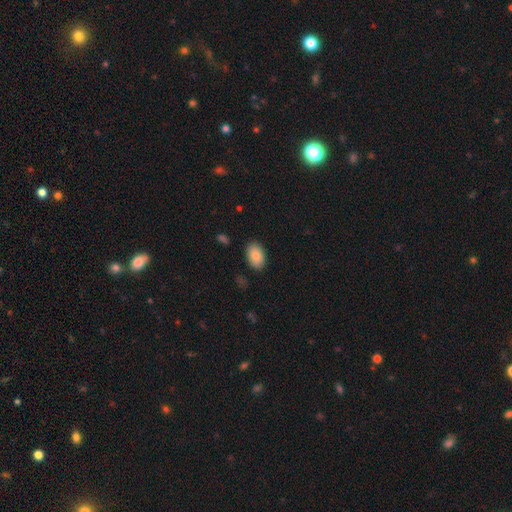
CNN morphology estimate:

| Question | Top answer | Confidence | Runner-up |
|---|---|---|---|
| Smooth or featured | smooth | 85% | featured or disk (8%) |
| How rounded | in between | 90% | round (8%) |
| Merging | none | 87% | minor disturbance (9%) |